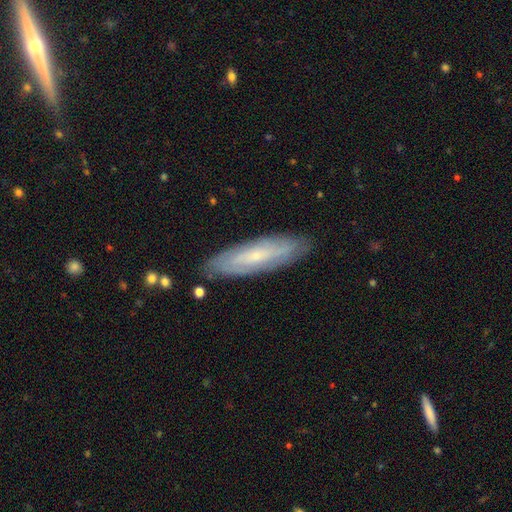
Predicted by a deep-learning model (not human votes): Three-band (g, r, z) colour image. It shows a featured or disk galaxy (60%). Merging: none (84%).